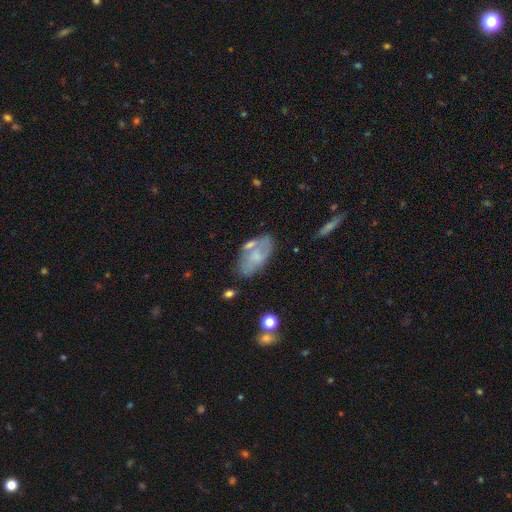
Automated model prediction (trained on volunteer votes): smooth_or_featured: featured or disk (p=0.46) [tied with: smooth p=0.46]
merging: none (p=0.54) [alt: minor disturbance p=0.22]